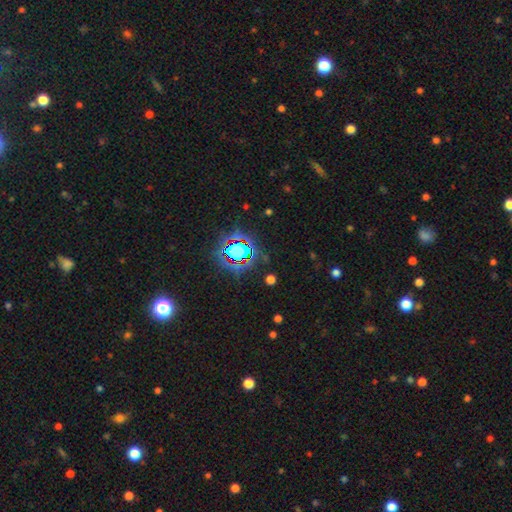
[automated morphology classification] smooth-or-featured: star or artifact: 81% | smooth: 11% | featured or disk: 8%